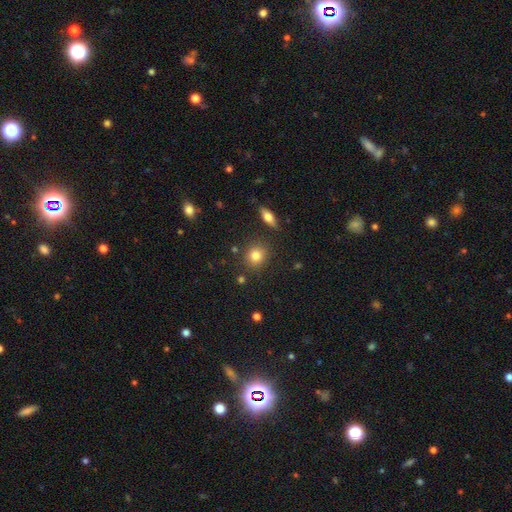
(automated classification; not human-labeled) This appears to be a smooth galaxy with no disk features (81%) that is round (79%). Merging: none (85%).